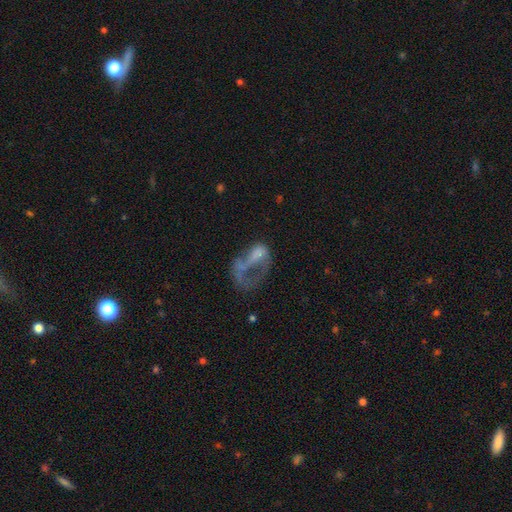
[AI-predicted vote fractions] Overall: featured or disk (53%; smooth 35%). Edge-on disk: no (97%). Bar: no (78%). Spiral arms: no (72%). Bulge size: none (63%). Merging: major disturbance (58%; none 18%).